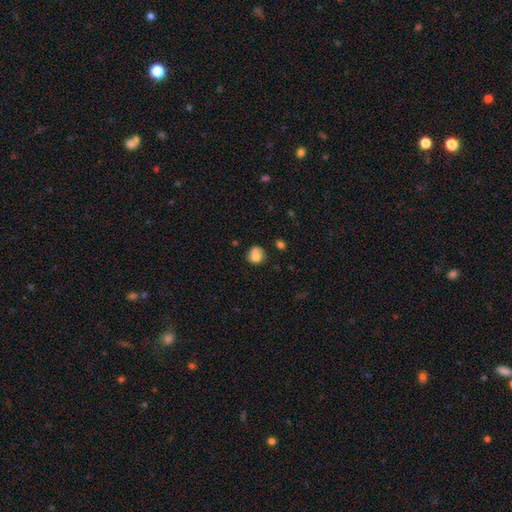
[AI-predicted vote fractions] This appears to be a smooth galaxy with no disk features (82%) that is round (79%). Merging: none (64%).